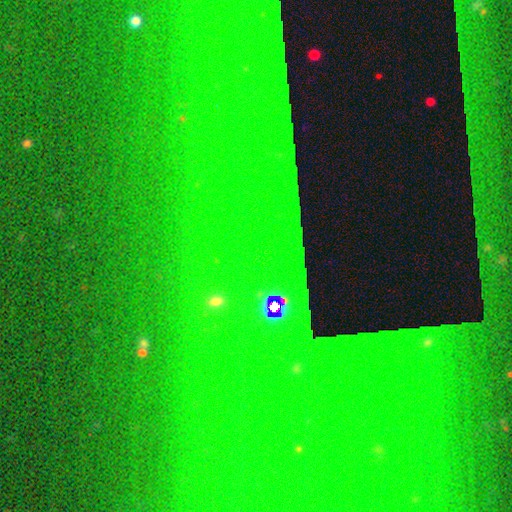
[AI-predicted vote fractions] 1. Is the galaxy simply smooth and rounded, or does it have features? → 81% star or artifact, 10% smooth, 9% featured or disk.